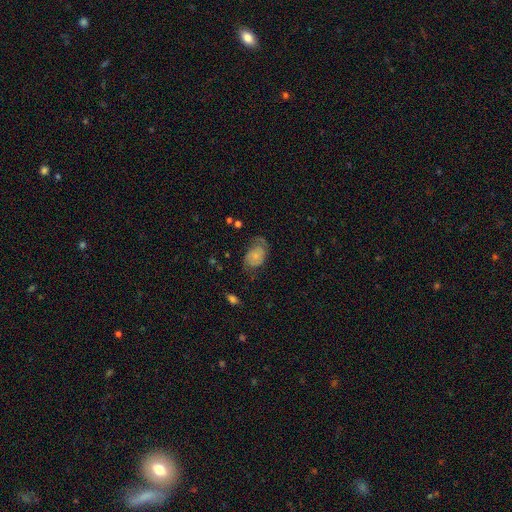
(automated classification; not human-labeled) smooth-or-featured: featured or disk: 47% | smooth: 45% | star or artifact: 8%
  merging: none: 40% | minor disturbance: 31% | major disturbance: 27% | merger: 2%